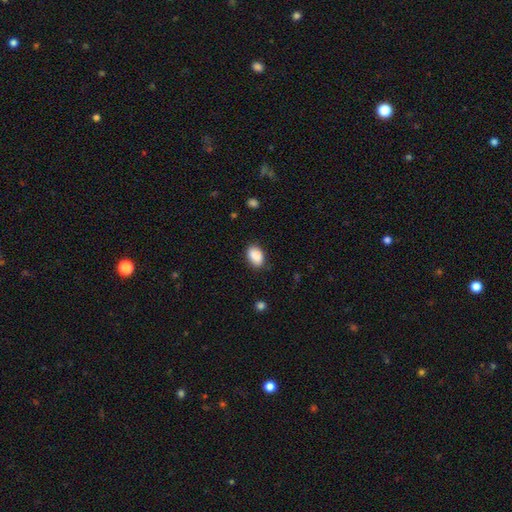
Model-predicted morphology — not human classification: A smooth galaxy with no disk features (89%) that is in between round and cigar-shaped (87%). Merging: none (82%).